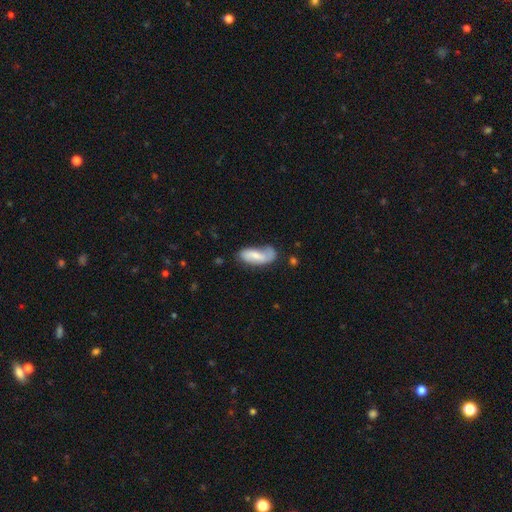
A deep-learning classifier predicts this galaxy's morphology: Smooth or featured? smooth (59%)
How rounded? in between (81%)
Merging? none (46%)